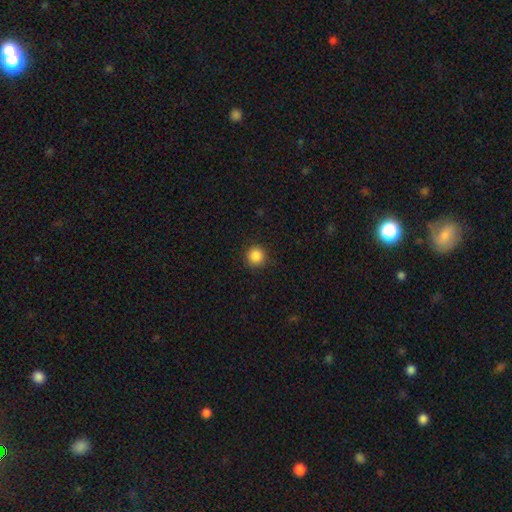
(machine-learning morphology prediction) Smooth or featured: smooth — 87% (star or artifact — 10%)
How rounded: round — 95% (in between — 4%)
Merging: none — 90% (minor disturbance — 7%)